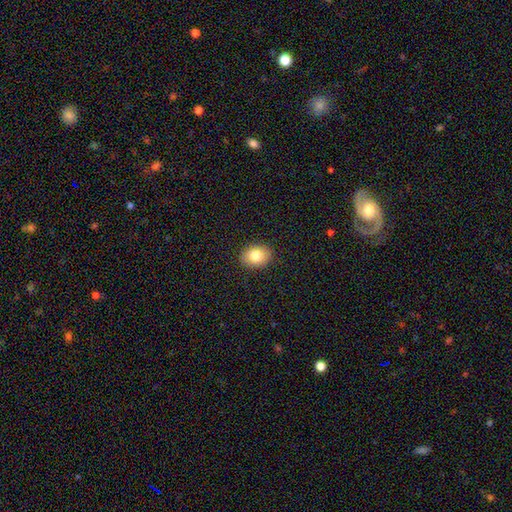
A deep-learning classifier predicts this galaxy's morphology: smooth 81%, featured or disk 10%, star or artifact 9%. Down the decision tree: how rounded — in between (59%); merging — none (90%).